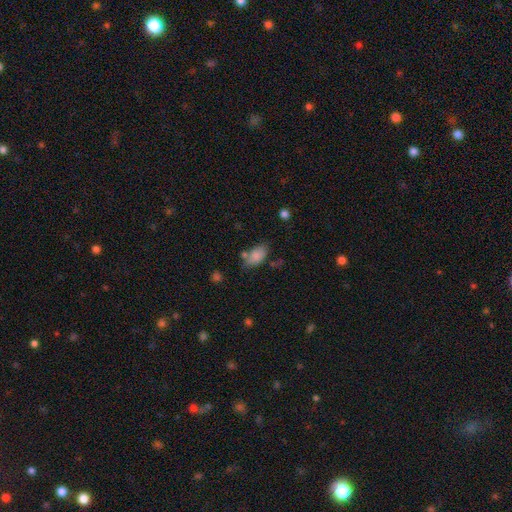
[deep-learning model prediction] Smooth or featured: smooth — 83% (star or artifact — 8%)
How rounded: in between — 91% (round — 6%)
Merging: none — 60% (minor disturbance — 20%)